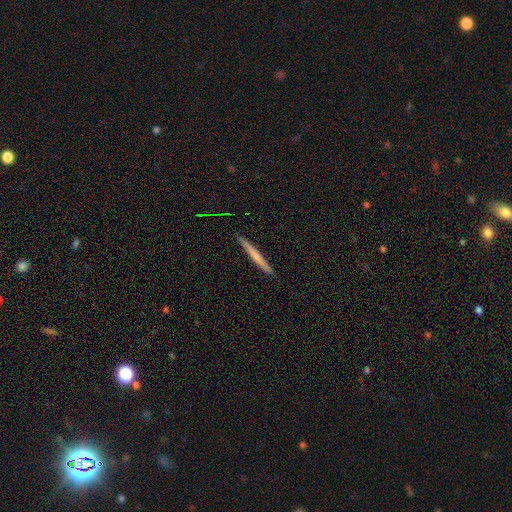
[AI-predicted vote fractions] A smooth galaxy with no disk features (53%) that is cigar-shaped (97%).

Vote fractions:
- Smooth or featured? smooth: 53% / featured or disk: 41% / star or artifact: 6%
- How rounded? cigar-shaped: 97% / in between: 2% / round: 1%
- Merging? none: 91% / minor disturbance: 7% / major disturbance: 1% / merger: 1%